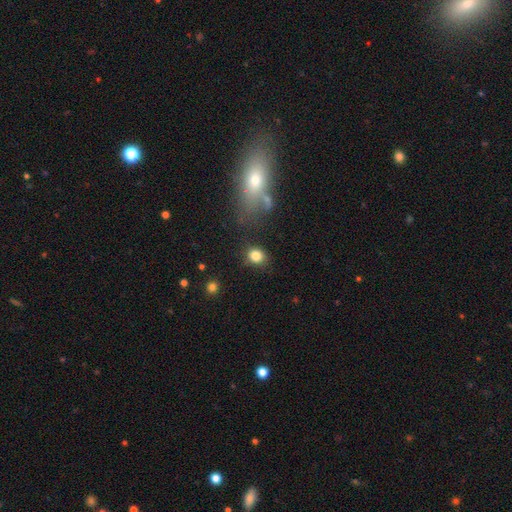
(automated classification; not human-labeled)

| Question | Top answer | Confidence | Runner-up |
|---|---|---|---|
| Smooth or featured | smooth | 84% | star or artifact (11%) |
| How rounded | round | 65% | in between (34%) |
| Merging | none | 81% | minor disturbance (12%) |